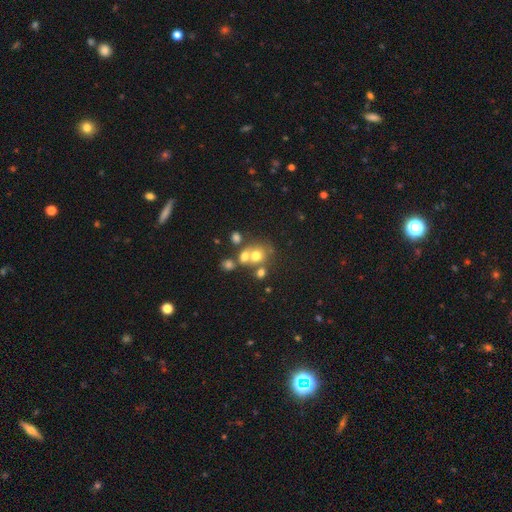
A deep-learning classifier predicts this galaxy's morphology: type=smooth (63%); roundness=round (74%); merging=none (42%).